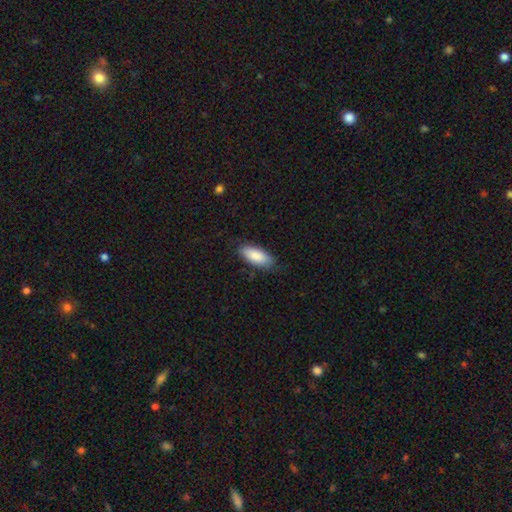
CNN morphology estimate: smooth_or_featured: smooth (p=0.86) [alt: featured or disk p=0.09]
how_rounded: in between (p=0.82) [alt: cigar-shaped p=0.16]
merging: none (p=0.79) [alt: minor disturbance p=0.17]